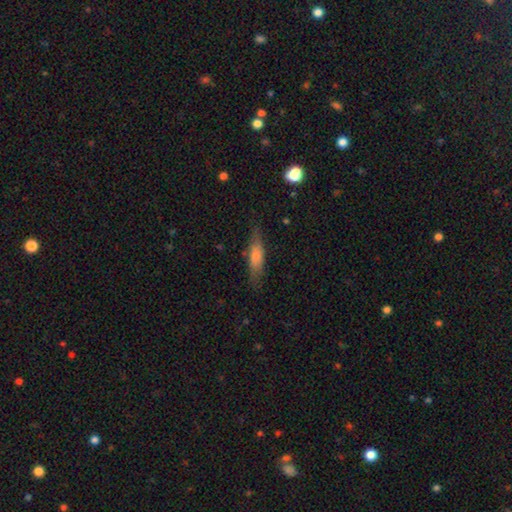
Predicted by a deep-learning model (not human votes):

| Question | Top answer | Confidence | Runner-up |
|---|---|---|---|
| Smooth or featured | smooth | 63% | featured or disk (29%) |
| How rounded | cigar-shaped | 68% | in between (30%) |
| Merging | none | 79% | minor disturbance (15%) |